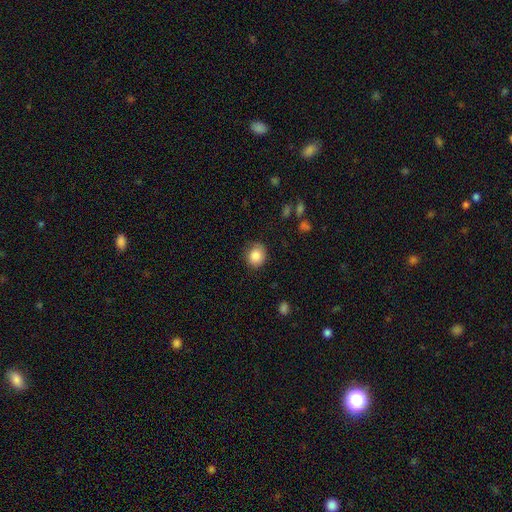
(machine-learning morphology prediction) Smooth or featured? Predicted: smooth (p=0.87). How rounded? Predicted: round (p=0.72). Merging? Predicted: none (p=0.80).